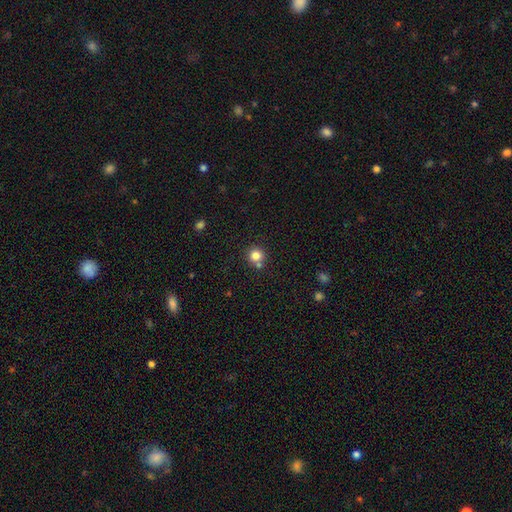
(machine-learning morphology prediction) A smooth galaxy with no disk features (81%) that is round (92%). Merging: none (69%).